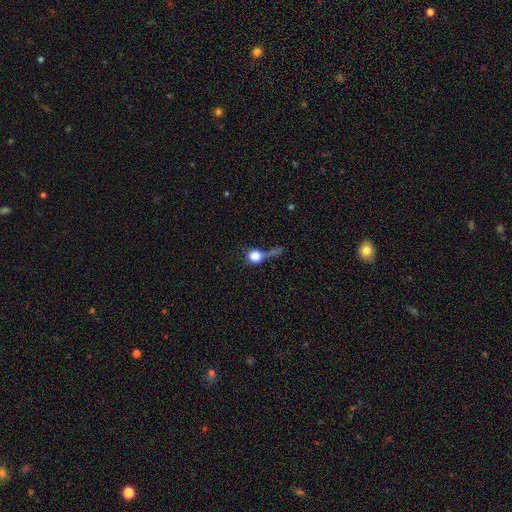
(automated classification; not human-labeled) A smooth galaxy with no disk features (74%) that is round (80%).

Vote fractions:
- Smooth or featured? smooth: 74% / featured or disk: 15% / star or artifact: 11%
- How rounded? round: 80% / in between: 16% / cigar-shaped: 4%
- Merging? major disturbance: 33% / none: 31% / merger: 20% / minor disturbance: 16%